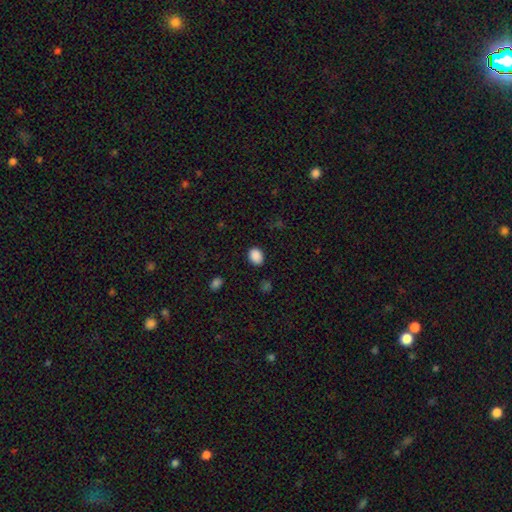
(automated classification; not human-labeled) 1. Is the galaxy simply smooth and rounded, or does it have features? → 88% smooth, 9% star or artifact, 3% featured or disk.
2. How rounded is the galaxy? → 69% in between, 30% round, 1% cigar-shaped.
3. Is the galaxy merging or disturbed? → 86% none, 10% minor disturbance, 3% major disturbance, 1% merger.